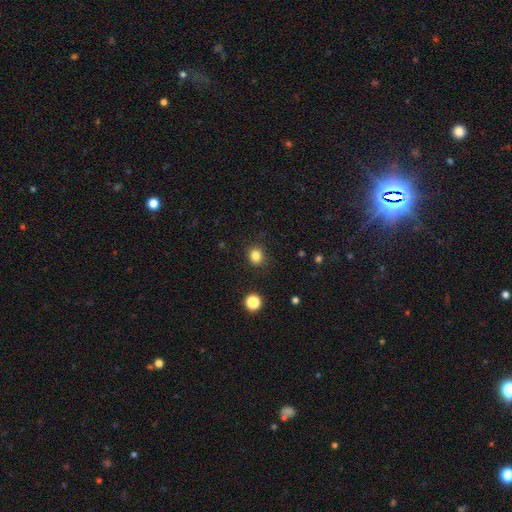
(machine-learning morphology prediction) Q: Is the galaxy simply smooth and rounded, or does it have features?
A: smooth — 83%.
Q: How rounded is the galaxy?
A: round — 82%.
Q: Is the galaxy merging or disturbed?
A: none — 89%.